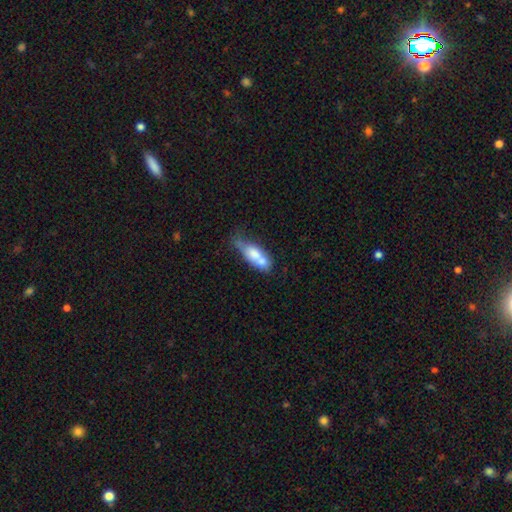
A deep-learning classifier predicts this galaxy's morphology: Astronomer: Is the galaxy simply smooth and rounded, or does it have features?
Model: smooth — 66%.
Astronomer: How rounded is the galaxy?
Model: in between — 70%.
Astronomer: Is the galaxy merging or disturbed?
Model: merger — 36% (runner-up: none, 28%).